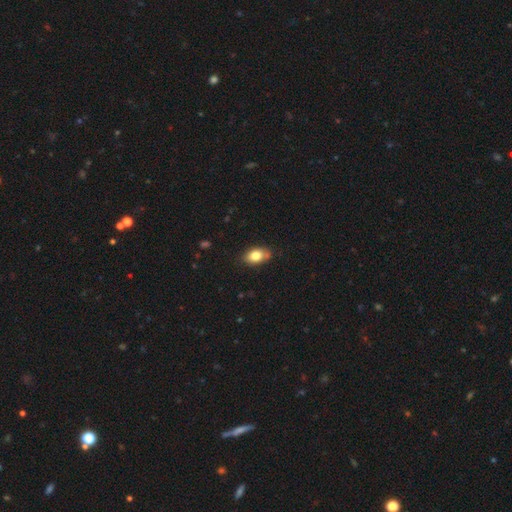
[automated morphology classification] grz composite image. It shows a smooth galaxy with no disk features (80%) that is in between round and cigar-shaped (86%). Merging: none (77%).